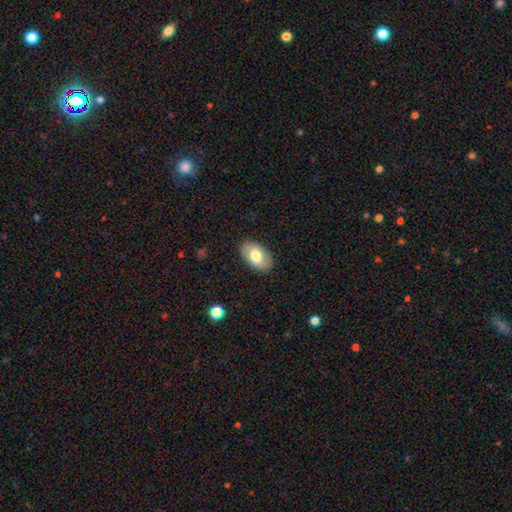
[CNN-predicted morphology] smooth_or_featured: smooth (p=0.68) [alt: featured or disk p=0.26]
how_rounded: in between (p=0.93) [alt: round p=0.05]
merging: none (p=0.87) [alt: minor disturbance p=0.09]